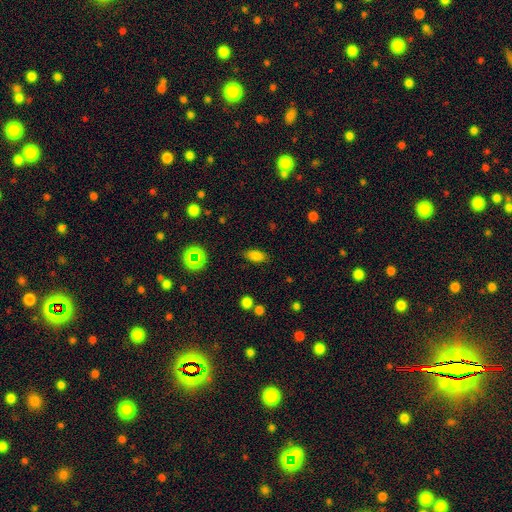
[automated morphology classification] Q: Smooth or featured?
A: smooth (81%); runner-up: star or artifact (14%)
Q: How rounded?
A: in between (87%); runner-up: cigar-shaped (7%)
Q: Merging?
A: none (84%); runner-up: minor disturbance (11%)